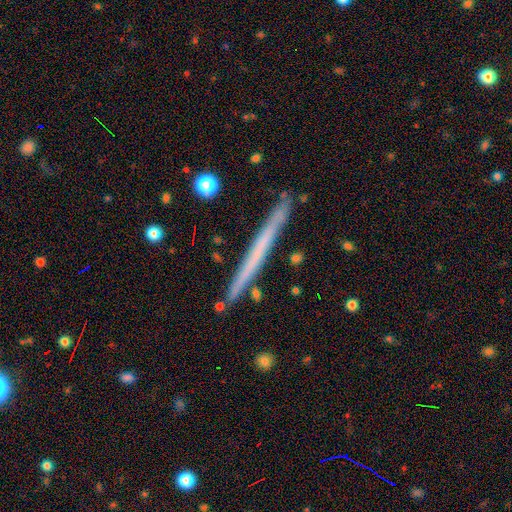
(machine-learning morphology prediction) smooth_or_featured: featured or disk (p=0.48) [alt: smooth p=0.46]
merging: none (p=0.89) [alt: minor disturbance p=0.08]